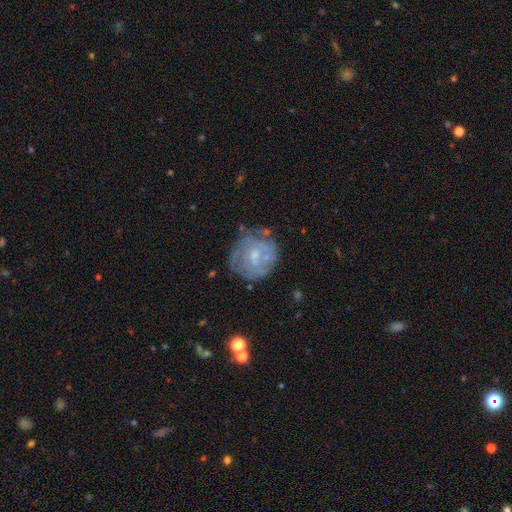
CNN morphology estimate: Smooth or featured: featured or disk — 66% (smooth — 26%)
Edge-on disk: no — 98% (yes — 2%)
Bar: no — 68% (weak — 28%)
Spiral arms: yes — 60% (no — 40%)
Bulge size: small — 60% (moderate — 29%)
Merging: none — 64% (minor disturbance — 22%)